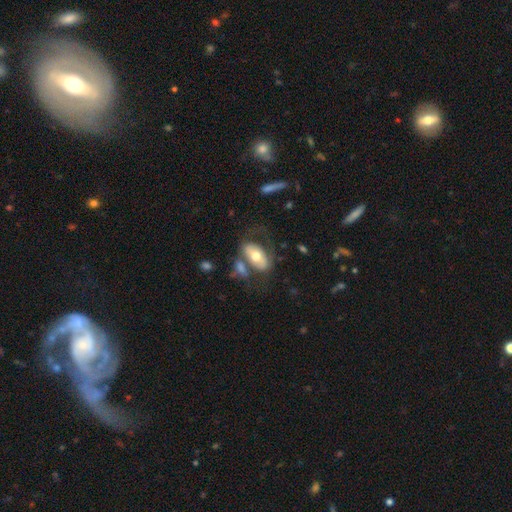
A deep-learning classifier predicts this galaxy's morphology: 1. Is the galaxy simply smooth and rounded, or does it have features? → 50% smooth, 44% featured or disk, 6% star or artifact.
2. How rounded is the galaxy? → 91% in between, 5% round, 4% cigar-shaped.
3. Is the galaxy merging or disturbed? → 43% none, 20% merger, 18% major disturbance, 18% minor disturbance.